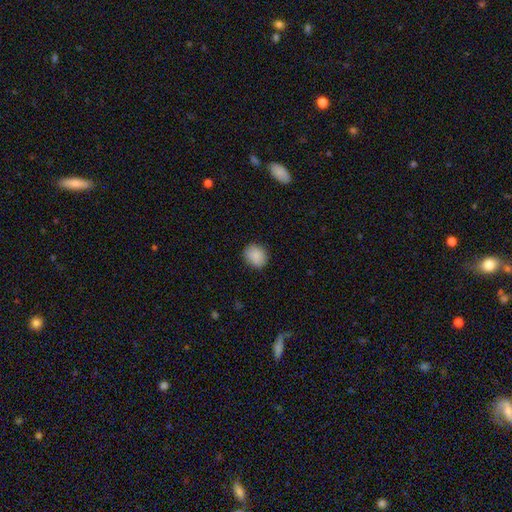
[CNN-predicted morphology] smooth 88%, star or artifact 8%, featured or disk 4%. Down the decision tree: how rounded — round (64%); merging — none (86%).